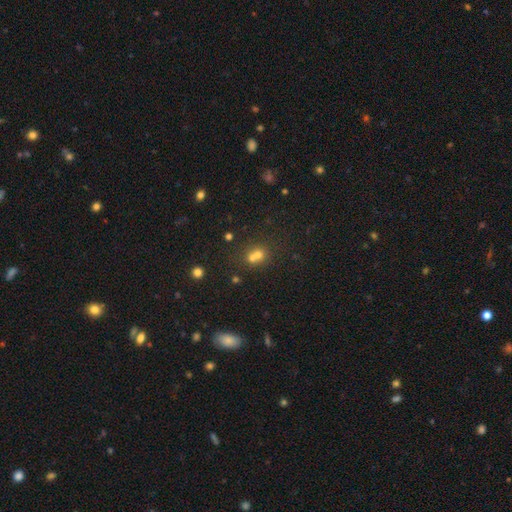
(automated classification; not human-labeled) smooth 61%, star or artifact 23%, featured or disk 16%. Down the decision tree: how rounded — round (75%); merging — merger (54%).